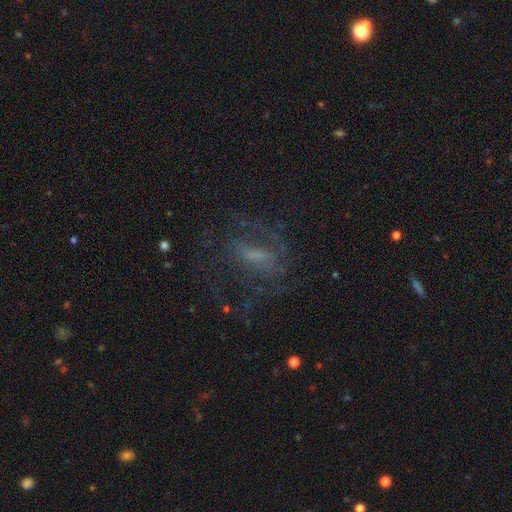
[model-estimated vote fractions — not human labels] smooth_or_featured: featured or disk (p=0.58) [alt: smooth p=0.25]
disk_edge_on: no (p=0.91) [alt: yes p=0.09]
bar: weak (p=0.41) [alt: no p=0.31]
has_spiral_arms: yes (p=0.62) [alt: no p=0.38]
bulge_size: small (p=0.34) [alt: none p=0.32]
merging: none (p=0.54) [alt: major disturbance p=0.26]